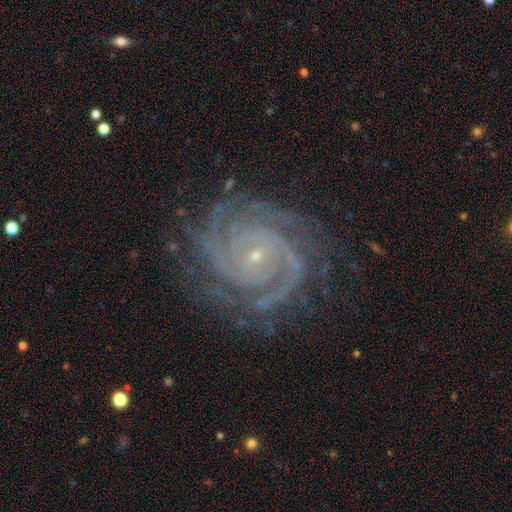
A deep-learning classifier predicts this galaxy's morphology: Q: Smooth or featured?
A: featured or disk (92%); runner-up: star or artifact (6%)
Q: Edge-on disk?
A: no (98%); runner-up: yes (2%)
Q: Bar?
A: no (69%); runner-up: weak (20%)
Q: Spiral arms?
A: yes (99%); runner-up: no (1%)
Q: Spiral winding?
A: tight (80%); runner-up: medium (18%)
Q: Spiral arm count?
A: 2 (31%); runner-up: 3 (23%)
Q: Bulge size?
A: small (87%); runner-up: moderate (9%)
Q: Merging?
A: none (79%); runner-up: minor disturbance (14%)